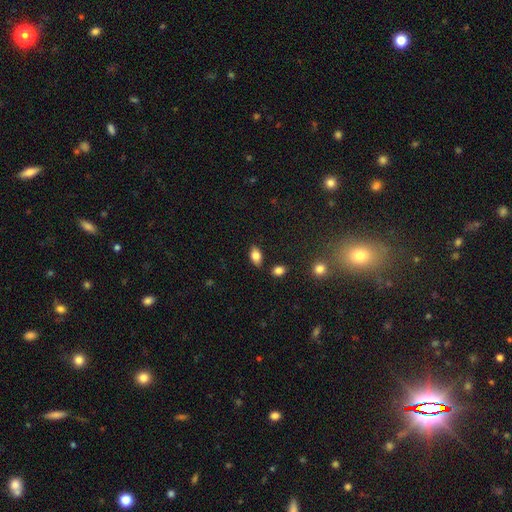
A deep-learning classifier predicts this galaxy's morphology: Q: Smooth or featured?
A: smooth (80%); runner-up: featured or disk (12%)
Q: How rounded?
A: in between (90%); runner-up: round (7%)
Q: Merging?
A: none (81%); runner-up: minor disturbance (12%)